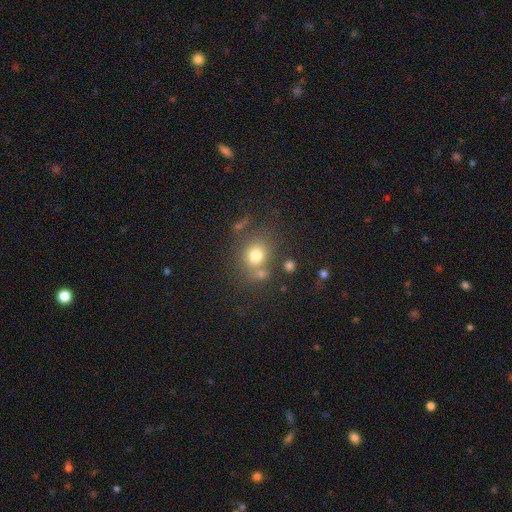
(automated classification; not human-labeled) Smooth or featured?
  - smooth: 75% *
  - star or artifact: 14%
  - featured or disk: 10%
How rounded?
  - round: 71% *
  - in between: 28%
  - cigar-shaped: 1%
Merging?
  - none: 66% *
  - merger: 15%
  - minor disturbance: 13%
  - major disturbance: 6%